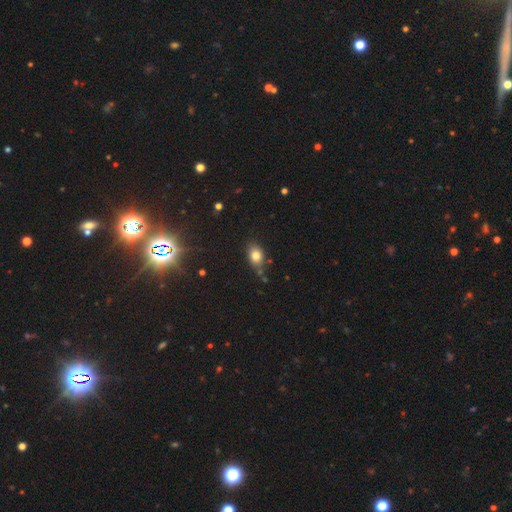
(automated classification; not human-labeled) Morphology: type=smooth (79%); roundness=in between (75%); merging=none (72%).